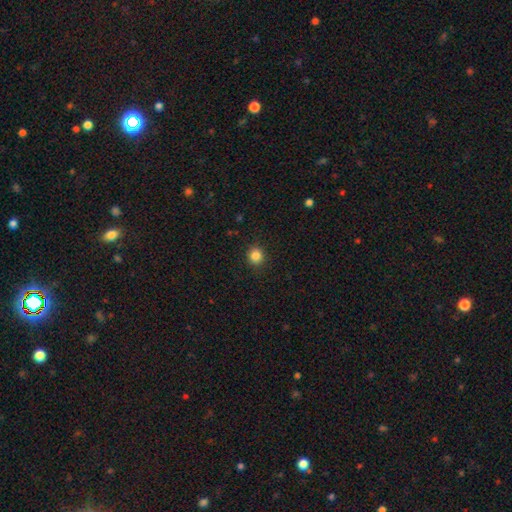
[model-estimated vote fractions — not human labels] A smooth galaxy with no disk features (85%) that is round (89%).

Vote fractions:
- Smooth or featured? smooth: 85% / star or artifact: 11% / featured or disk: 4%
- How rounded? round: 89% / in between: 10% / cigar-shaped: 1%
- Merging? none: 91% / minor disturbance: 6% / major disturbance: 2% / merger: 1%